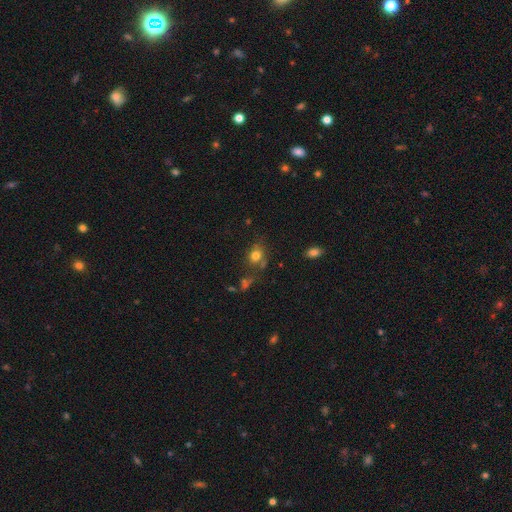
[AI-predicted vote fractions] Q: Smooth or featured?
A: smooth (76%); runner-up: star or artifact (14%)
Q: How rounded?
A: round (59%); runner-up: in between (39%)
Q: Merging?
A: none (63%); runner-up: minor disturbance (19%)